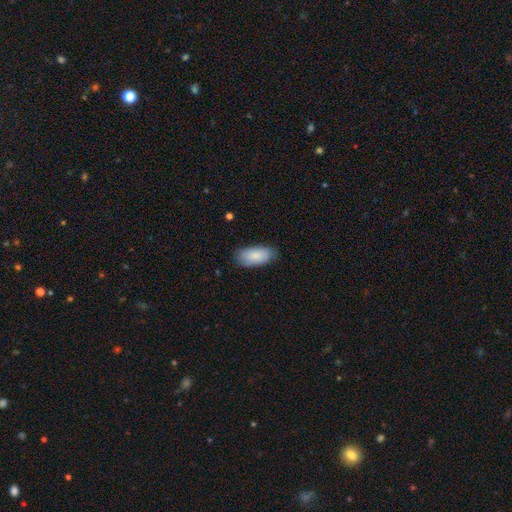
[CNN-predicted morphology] type=smooth (87%); roundness=in between (92%); merging=none (81%).